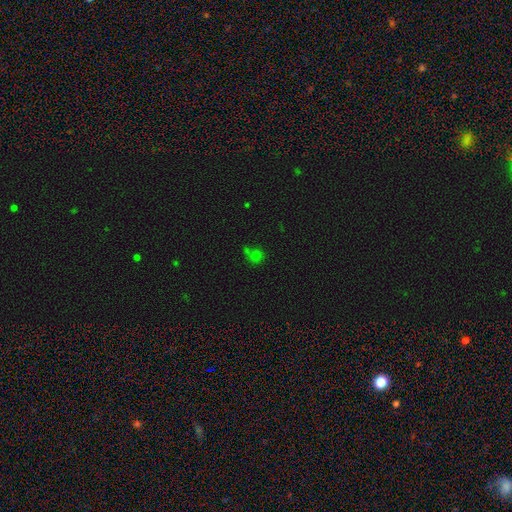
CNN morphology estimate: A smooth galaxy with no disk features (63%) that is round (84%). Merging: none (54%).